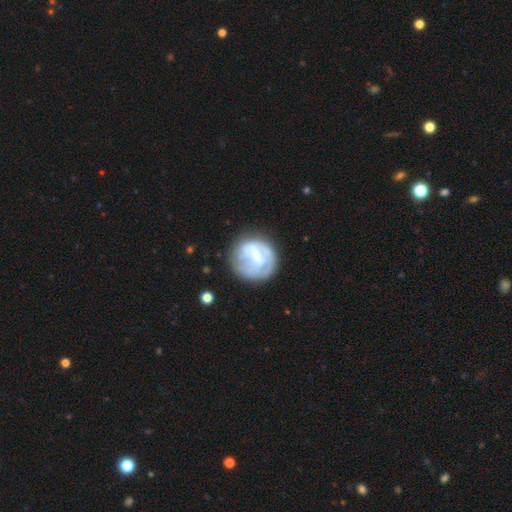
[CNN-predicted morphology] Q: Smooth or featured?
A: featured or disk (54%); runner-up: smooth (39%)
Q: Edge-on disk?
A: no (98%); runner-up: yes (2%)
Q: Bar?
A: weak (43%); runner-up: no (36%)
Q: Spiral arms?
A: no (51%); runner-up: yes (49%)
Q: Bulge size?
A: small (41%); runner-up: moderate (27%)
Q: Merging?
A: none (59%); runner-up: minor disturbance (22%)